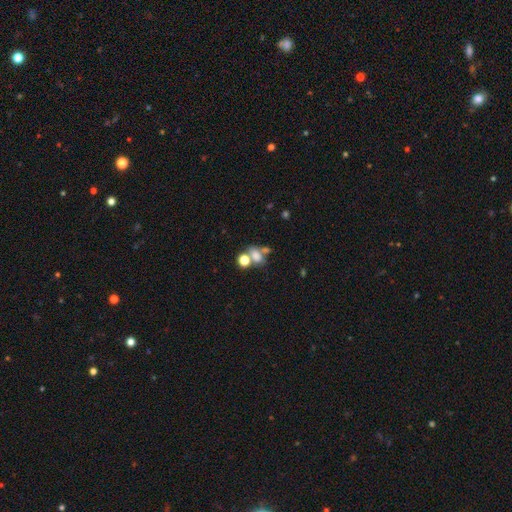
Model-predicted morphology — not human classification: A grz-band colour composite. It shows a smooth galaxy with no disk features (68%) that is in between round and cigar-shaped (63%). Merging: merger (41%).